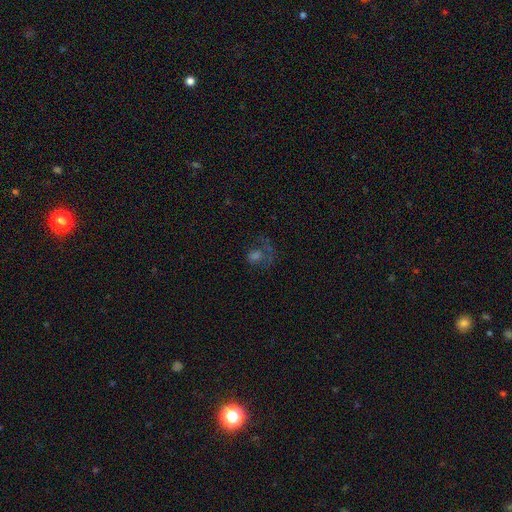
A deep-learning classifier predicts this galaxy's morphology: A smooth galaxy with no disk features (40%).

Vote fractions:
- Smooth or featured? smooth: 40% / featured or disk: 33% / star or artifact: 28%
- Merging? none: 41% / major disturbance: 39% / minor disturbance: 15% / merger: 5%